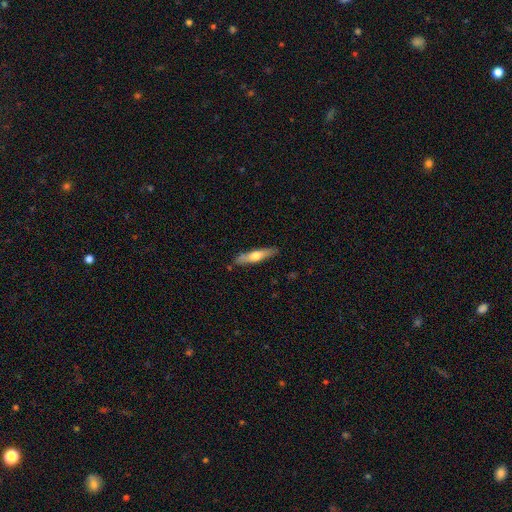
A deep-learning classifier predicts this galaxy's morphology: The model was most divided on "smooth or featured": smooth: 50%, featured or disk: 44%, star or artifact: 5%. More confident: merging — none (85%); how rounded — cigar-shaped (85%).